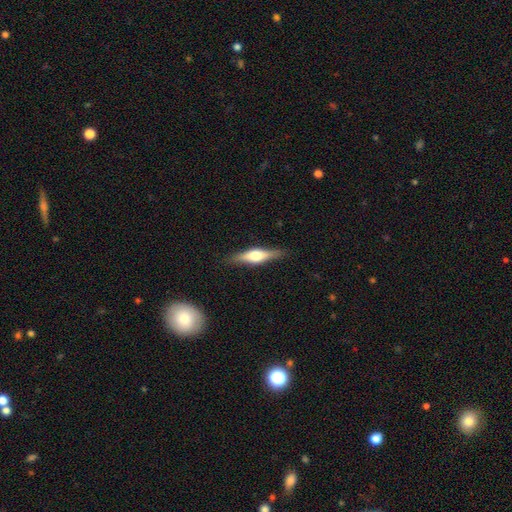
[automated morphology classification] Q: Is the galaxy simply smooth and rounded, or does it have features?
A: featured or disk — 60%.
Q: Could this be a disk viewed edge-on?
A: yes — 95%.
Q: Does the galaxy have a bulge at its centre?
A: rounded — 91%.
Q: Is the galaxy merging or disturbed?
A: none — 88%.